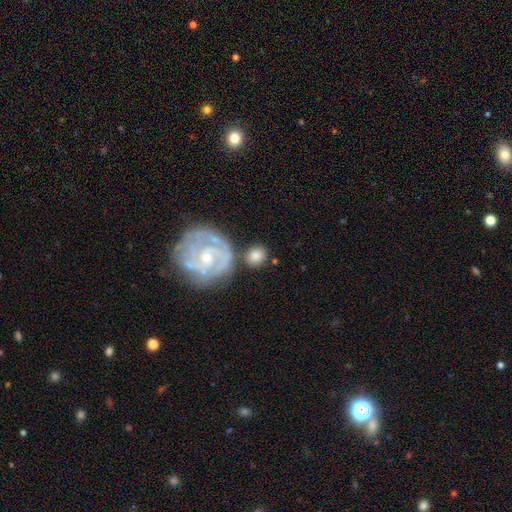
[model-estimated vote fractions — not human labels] This appears to be a smooth galaxy with no disk features (66%) that is round (76%). Merging: none (71%).